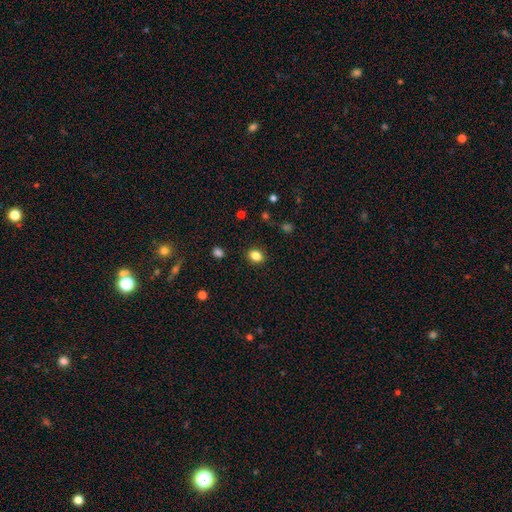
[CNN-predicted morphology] type=smooth (84%); roundness=in between (52%); merging=none (88%).